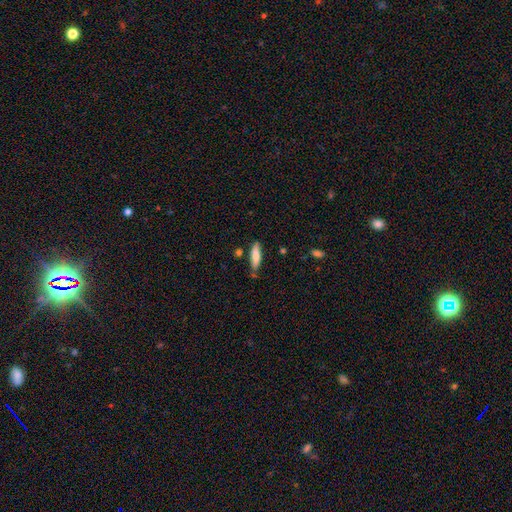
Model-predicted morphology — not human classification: A smooth galaxy with no disk features (80%) that is cigar-shaped (68%). Merging: none (74%).